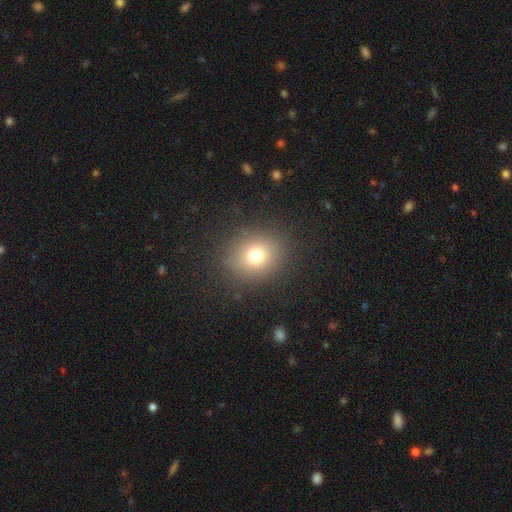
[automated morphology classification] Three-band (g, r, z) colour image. It shows a smooth galaxy with no disk features (74%) that is round (72%). Merging: none (86%).